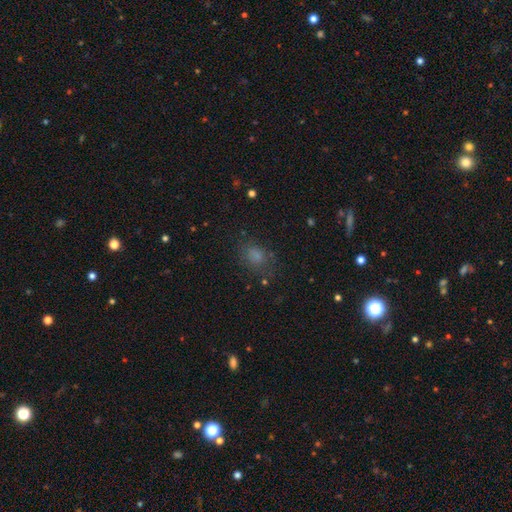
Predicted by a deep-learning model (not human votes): A smooth galaxy with no disk features (74%) that is in between round and cigar-shaped (52%). Merging: none (74%).